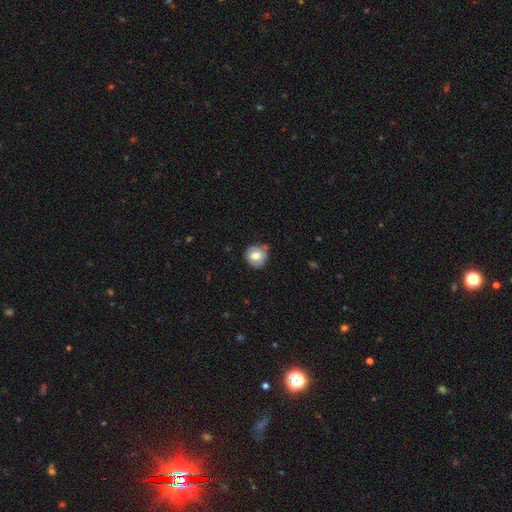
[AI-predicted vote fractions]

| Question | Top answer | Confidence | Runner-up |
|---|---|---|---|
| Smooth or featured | smooth | 74% | featured or disk (18%) |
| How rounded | round | 87% | in between (12%) |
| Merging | none | 70% | minor disturbance (22%) |